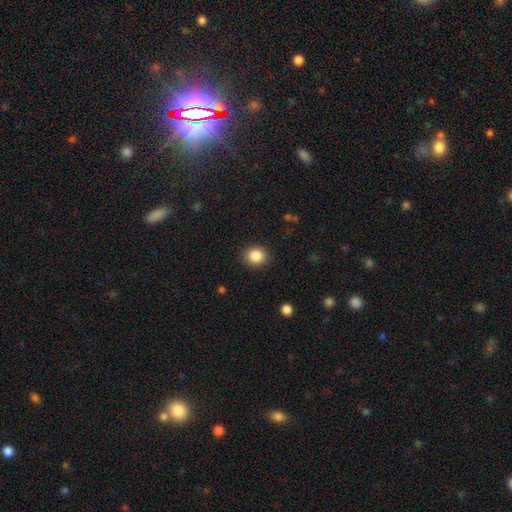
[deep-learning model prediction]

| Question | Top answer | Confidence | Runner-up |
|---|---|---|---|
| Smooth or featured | smooth | 86% | star or artifact (10%) |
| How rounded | round | 80% | in between (20%) |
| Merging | none | 89% | minor disturbance (7%) |